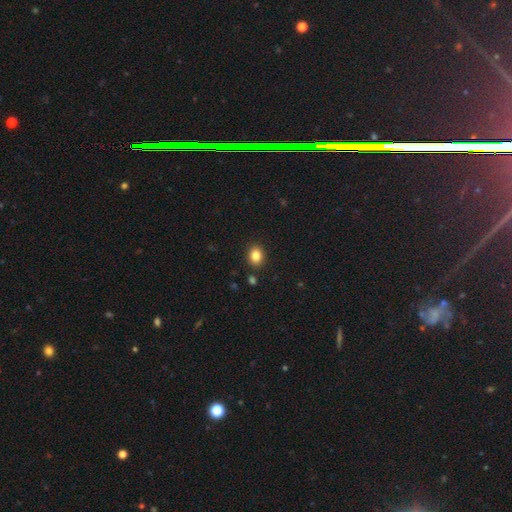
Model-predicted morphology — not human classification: Smooth or featured? smooth (84%)
How rounded? round (56%)
Merging? none (89%)